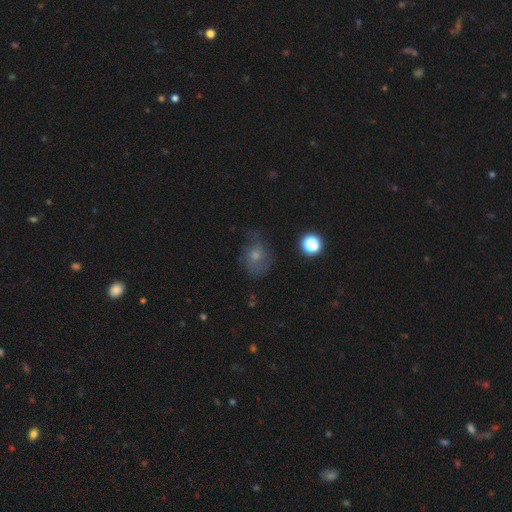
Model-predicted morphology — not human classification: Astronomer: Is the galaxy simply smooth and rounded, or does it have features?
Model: smooth — 55%.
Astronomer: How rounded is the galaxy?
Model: in between — 51% (runner-up: round, 47%).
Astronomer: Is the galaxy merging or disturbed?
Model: none — 49% (runner-up: minor disturbance, 31%).